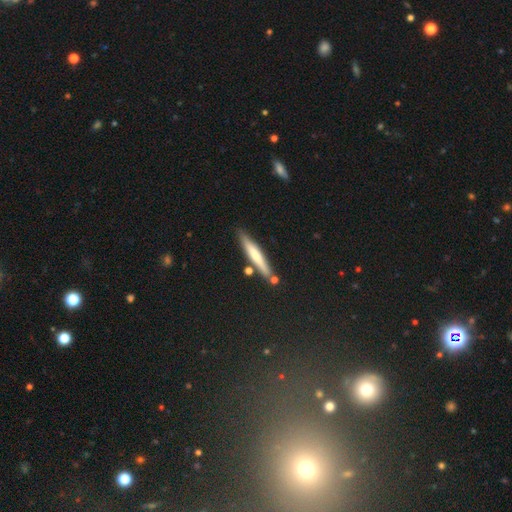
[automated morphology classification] A smooth galaxy with no disk features (59%) that is cigar-shaped (92%).

Vote fractions:
- Smooth or featured? smooth: 59% / featured or disk: 33% / star or artifact: 8%
- How rounded? cigar-shaped: 92% / in between: 6% / round: 2%
- Merging? none: 79% / minor disturbance: 12% / merger: 7% / major disturbance: 3%